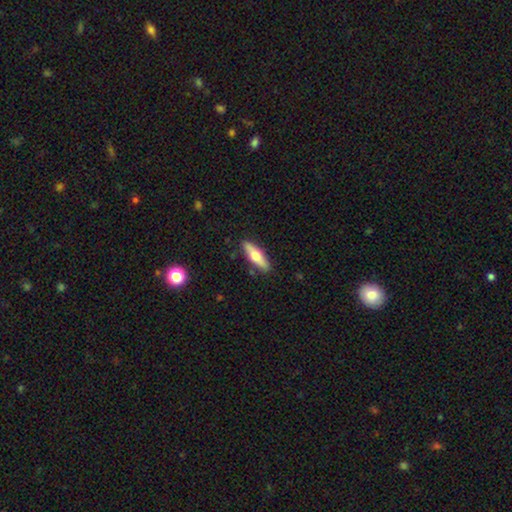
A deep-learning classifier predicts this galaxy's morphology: type=smooth (58%); roundness=cigar-shaped (57%); merging=none (87%).